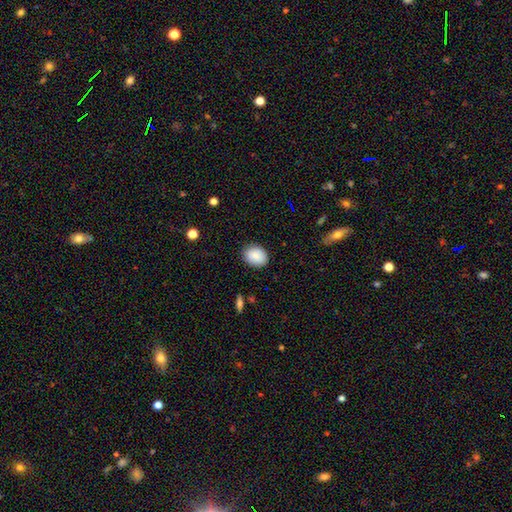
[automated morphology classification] Smooth or featured?
  - smooth: 88% *
  - star or artifact: 7%
  - featured or disk: 5%
How rounded?
  - in between: 58% *
  - round: 41%
  - cigar-shaped: 1%
Merging?
  - none: 86% *
  - minor disturbance: 10%
  - major disturbance: 2%
  - merger: 1%